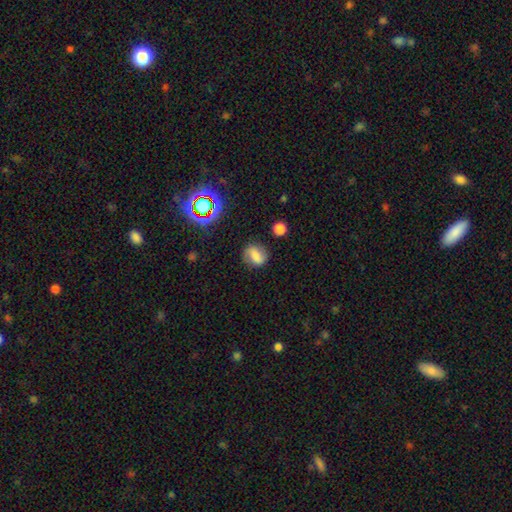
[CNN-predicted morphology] Smooth or featured?
  - smooth: 59% *
  - featured or disk: 27%
  - star or artifact: 14%
How rounded?
  - round: 58% *
  - in between: 40%
  - cigar-shaped: 2%
Merging?
  - none: 75% *
  - minor disturbance: 17%
  - major disturbance: 6%
  - merger: 2%